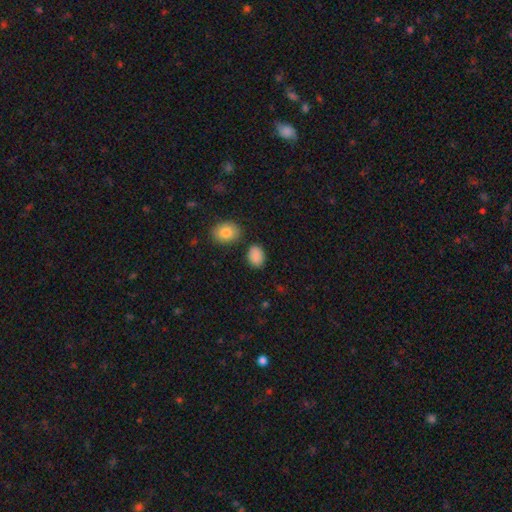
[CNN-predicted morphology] smooth-or-featured: smooth: 87% | star or artifact: 8% | featured or disk: 4%
  how-rounded: in between: 73% | round: 26% | cigar-shaped: 1%
  merging: none: 79% | minor disturbance: 13% | merger: 5% | major disturbance: 3%